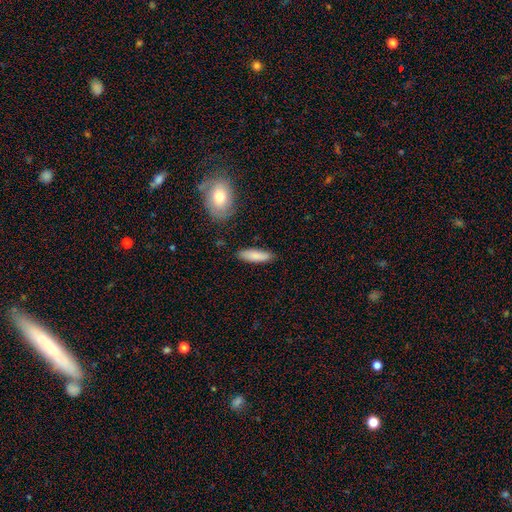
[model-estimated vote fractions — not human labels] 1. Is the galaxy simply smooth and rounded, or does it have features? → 84% smooth, 10% featured or disk, 6% star or artifact.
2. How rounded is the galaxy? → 58% cigar-shaped, 40% in between, 2% round.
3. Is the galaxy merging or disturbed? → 84% none, 11% minor disturbance, 2% major disturbance, 2% merger.